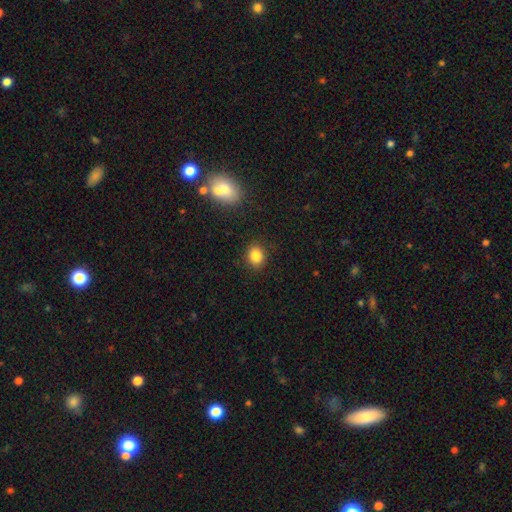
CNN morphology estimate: smooth-or-featured: smooth: 85% | star or artifact: 10% | featured or disk: 5%
  how-rounded: round: 54% | in between: 45% | cigar-shaped: 1%
  merging: none: 88% | minor disturbance: 8% | major disturbance: 2% | merger: 2%